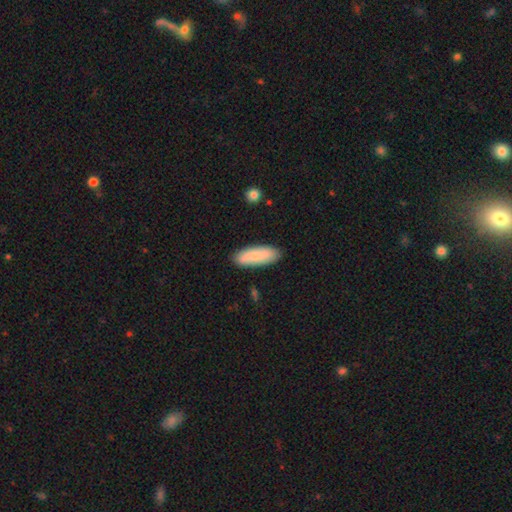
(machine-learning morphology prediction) Smooth or featured? Predicted: smooth (p=0.85). How rounded? Predicted: in between (p=0.64). Merging? Predicted: none (p=0.86).